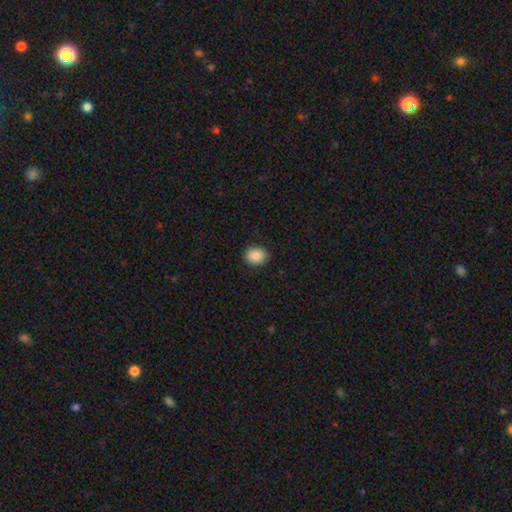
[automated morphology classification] smooth 87%, star or artifact 8%, featured or disk 5%. Down the decision tree: how rounded — round (54%); merging — none (90%).